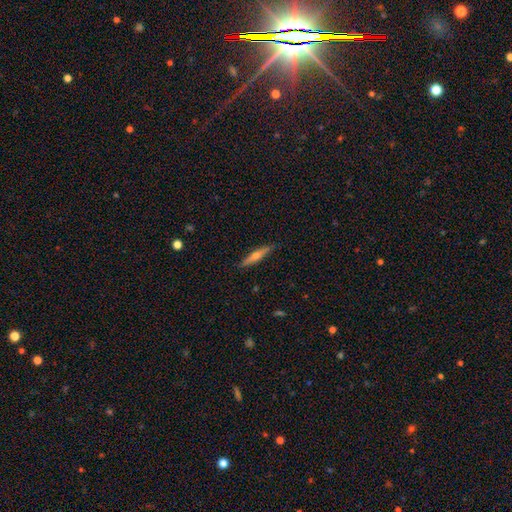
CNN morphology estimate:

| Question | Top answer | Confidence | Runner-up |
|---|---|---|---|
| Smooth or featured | featured or disk | 57% | smooth (37%) |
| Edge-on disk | yes | 96% | no (4%) |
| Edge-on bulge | rounded | 85% | none (11%) |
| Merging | none | 89% | minor disturbance (8%) |